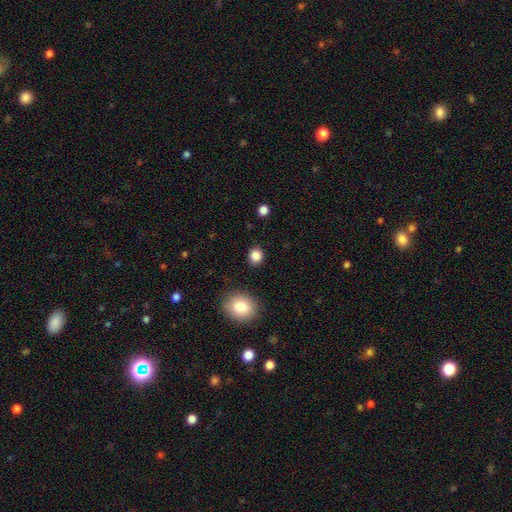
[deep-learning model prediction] This appears to be a smooth galaxy with no disk features (86%) that is round (78%). Merging: none (90%).